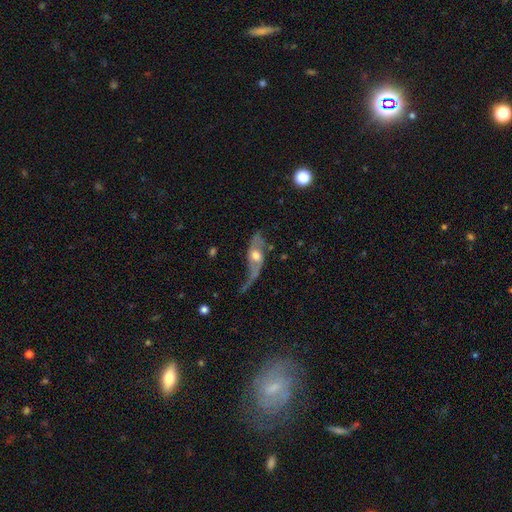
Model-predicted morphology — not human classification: This is likely a featured or disk galaxy (70%). It is clearly not viewed edge-on (81%). Bar: likely no (65%). Spiral arm pattern: likely yes (74%). Central bulge: likely moderate (69%). Merging: marginally major disturbance (43%).